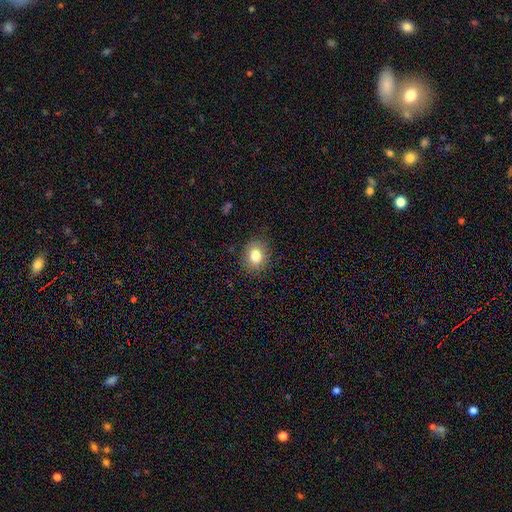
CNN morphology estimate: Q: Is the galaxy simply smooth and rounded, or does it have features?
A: smooth — 81%.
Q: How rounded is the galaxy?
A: round — 54%.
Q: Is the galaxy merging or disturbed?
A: none — 86%.